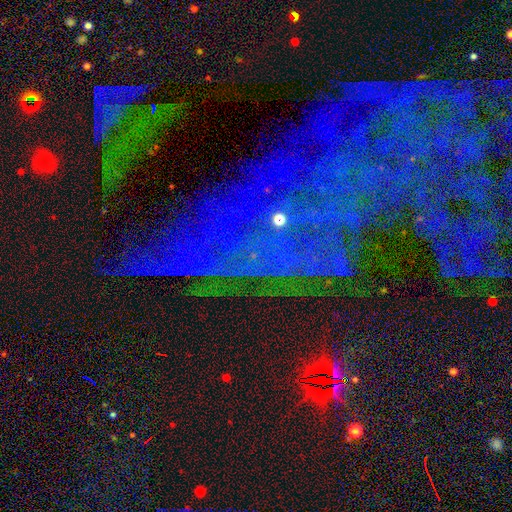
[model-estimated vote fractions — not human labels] The model was most divided on "smooth or featured": star or artifact: 79%, featured or disk: 11%, smooth: 9%.